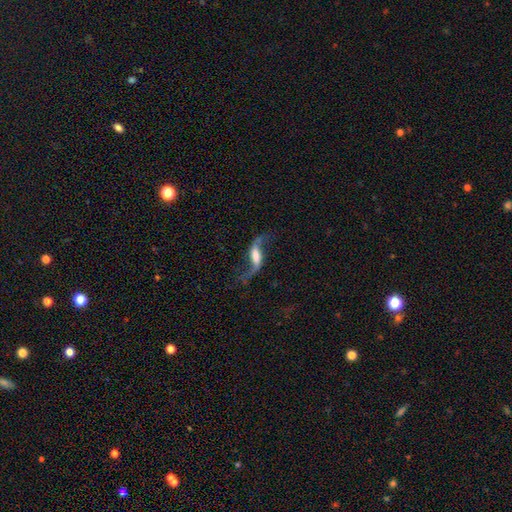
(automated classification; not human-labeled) Smooth or featured: featured or disk — 80% (smooth — 13%)
Edge-on disk: no — 87% (yes — 13%)
Bar: strong — 41% (weak — 38%)
Spiral arms: yes — 93% (no — 7%)
Spiral winding: loose — 93% (medium — 5%)
Spiral arm count: 2 — 92% (1 — 3%)
Bulge size: moderate — 31% (large — 29%)
Merging: none — 63% (major disturbance — 18%)